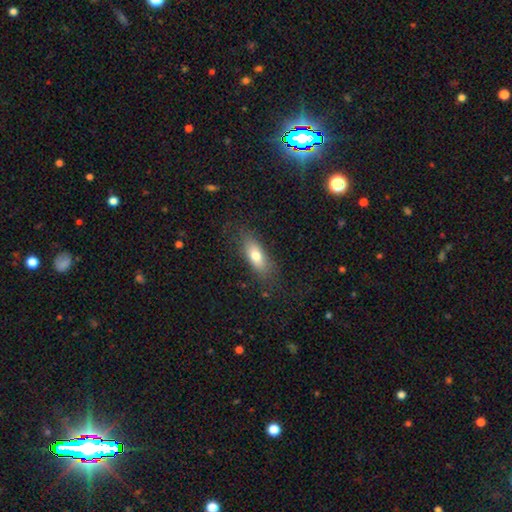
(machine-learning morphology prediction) Smooth or featured?
  - smooth: 73% *
  - featured or disk: 19%
  - star or artifact: 8%
How rounded?
  - in between: 70% *
  - cigar-shaped: 25%
  - round: 4%
Merging?
  - none: 75% *
  - minor disturbance: 17%
  - major disturbance: 7%
  - merger: 1%